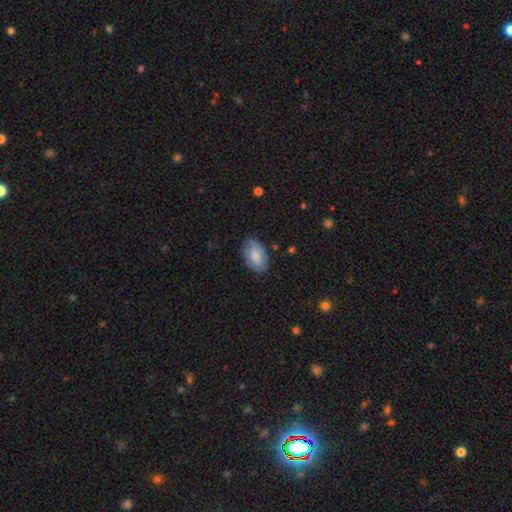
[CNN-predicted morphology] A smooth galaxy with no disk features (81%) that is in between round and cigar-shaped (93%).

Vote fractions:
- Smooth or featured? smooth: 81% / featured or disk: 13% / star or artifact: 6%
- How rounded? in between: 93% / round: 6% / cigar-shaped: 1%
- Merging? none: 79% / minor disturbance: 17% / major disturbance: 4% / merger: 1%